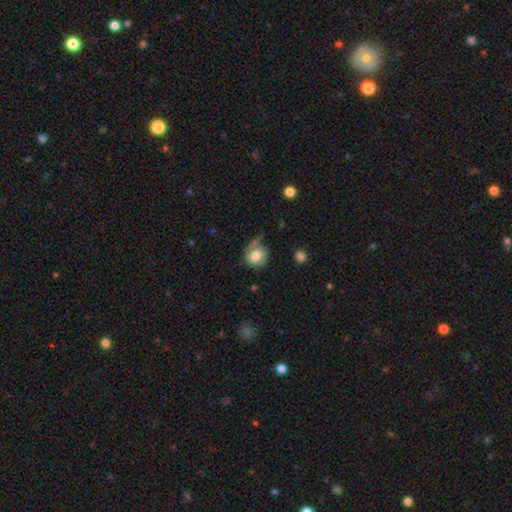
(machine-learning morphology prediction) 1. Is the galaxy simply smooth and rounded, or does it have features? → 71% smooth, 21% featured or disk, 8% star or artifact.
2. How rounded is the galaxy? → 75% round, 24% in between, 1% cigar-shaped.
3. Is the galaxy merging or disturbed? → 54% none, 26% minor disturbance, 13% major disturbance, 7% merger.